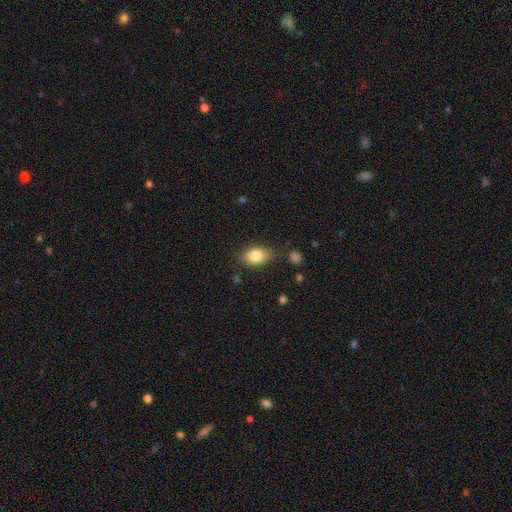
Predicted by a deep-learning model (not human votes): Smooth or featured?
  - smooth: 82% *
  - featured or disk: 10%
  - star or artifact: 8%
How rounded?
  - in between: 78% *
  - round: 21%
  - cigar-shaped: 2%
Merging?
  - none: 79% *
  - minor disturbance: 15%
  - major disturbance: 4%
  - merger: 2%